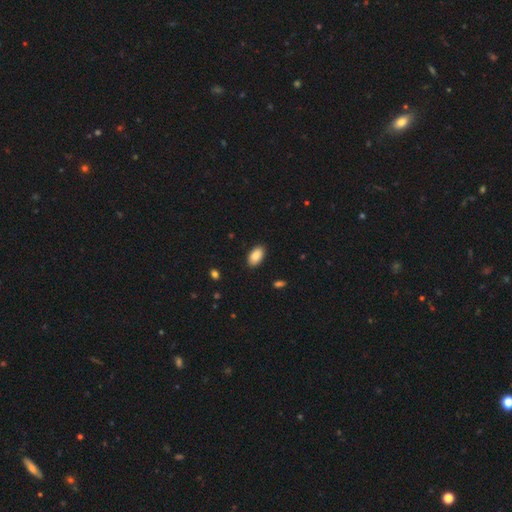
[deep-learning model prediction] smooth 89%, star or artifact 7%, featured or disk 4%. Down the decision tree: how rounded — in between (95%); merging — none (89%).